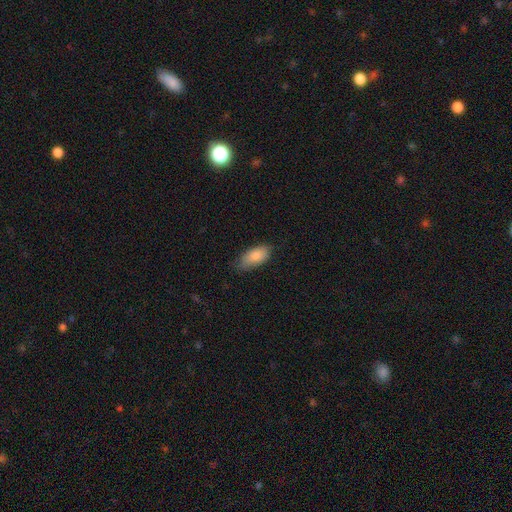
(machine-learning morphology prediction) smooth 85%, featured or disk 9%, star or artifact 6%. Down the decision tree: how rounded — in between (89%); merging — none (69%).